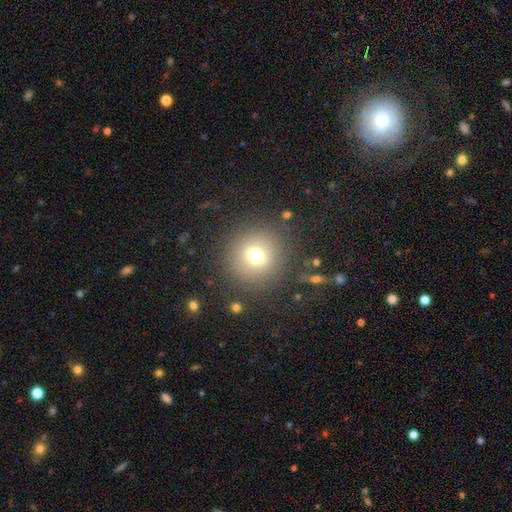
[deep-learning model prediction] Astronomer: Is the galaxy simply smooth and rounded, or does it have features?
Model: smooth — 67%.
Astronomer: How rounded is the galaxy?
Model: round — 91%.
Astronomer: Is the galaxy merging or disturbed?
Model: none — 85%.